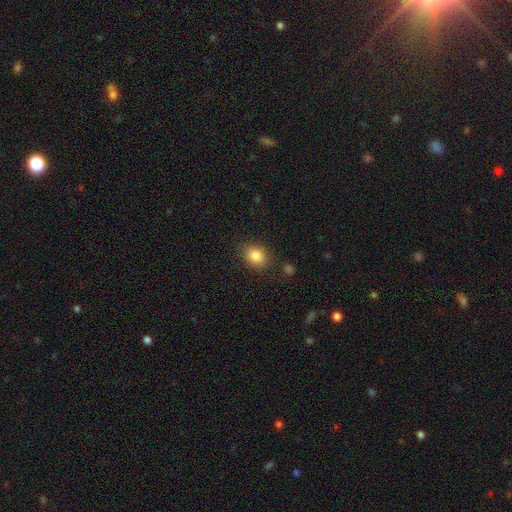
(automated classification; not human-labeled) A smooth galaxy with no disk features (84%) that is in between round and cigar-shaped (61%). Merging: none (84%).